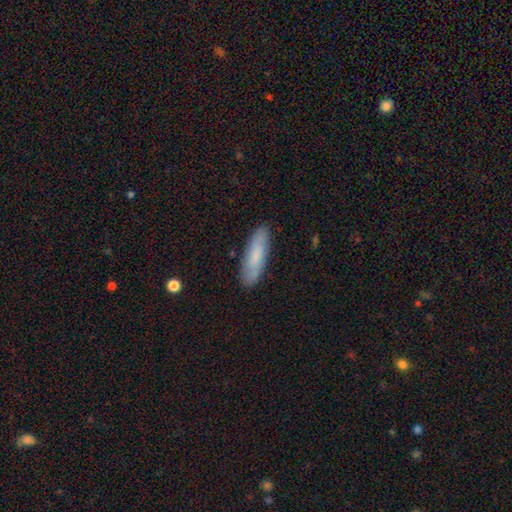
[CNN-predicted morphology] A smooth galaxy with no disk features (73%) that is cigar-shaped (60%). Merging: none (86%).